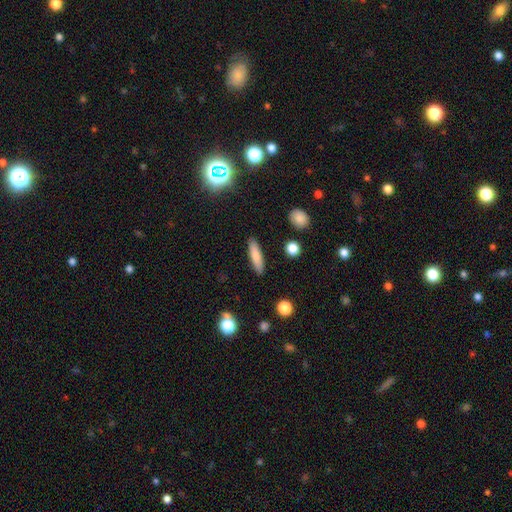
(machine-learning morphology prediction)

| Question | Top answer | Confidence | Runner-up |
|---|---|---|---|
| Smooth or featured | smooth | 79% | featured or disk (14%) |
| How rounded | cigar-shaped | 76% | in between (22%) |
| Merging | none | 89% | minor disturbance (7%) |